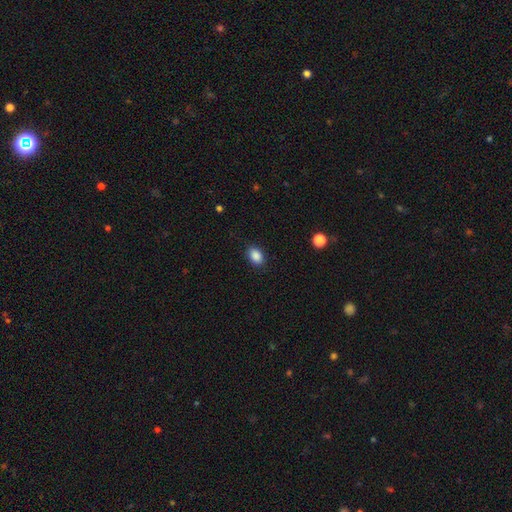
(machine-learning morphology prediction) The model was most divided on "how rounded": in between: 78%, round: 21%, cigar-shaped: 1%. More confident: merging — none (88%); smooth or featured — smooth (88%).